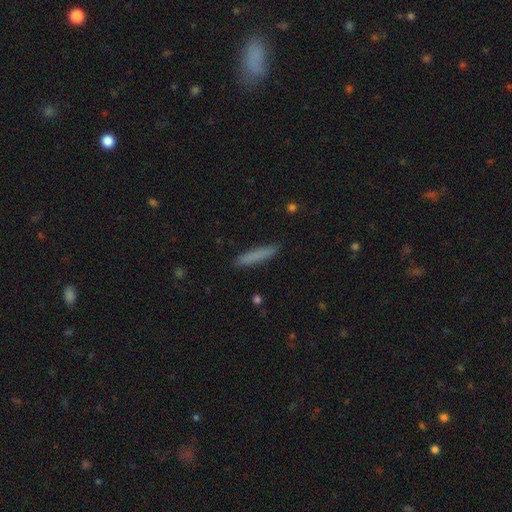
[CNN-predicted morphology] type=smooth (80%); roundness=cigar-shaped (93%); merging=none (89%).